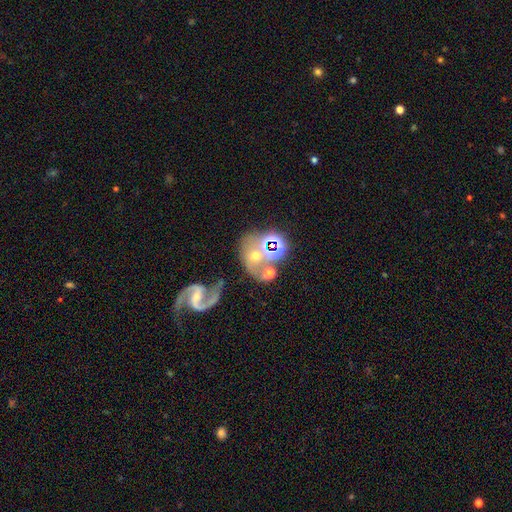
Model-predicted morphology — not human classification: Smooth or featured?
  - featured or disk: 54% *
  - smooth: 28%
  - star or artifact: 18%
Edge-on disk?
  - no: 96% *
  - yes: 4%
Bar?
  - no: 49% *
  - weak: 32%
  - strong: 19%
Spiral arms?
  - yes: 70% *
  - no: 30%
Bulge size?
  - moderate: 45% *
  - small: 41%
  - large: 6%
  - none: 6%
  - dominant: 2%
Merging?
  - none: 41% *
  - merger: 32%
  - minor disturbance: 14%
  - major disturbance: 13%